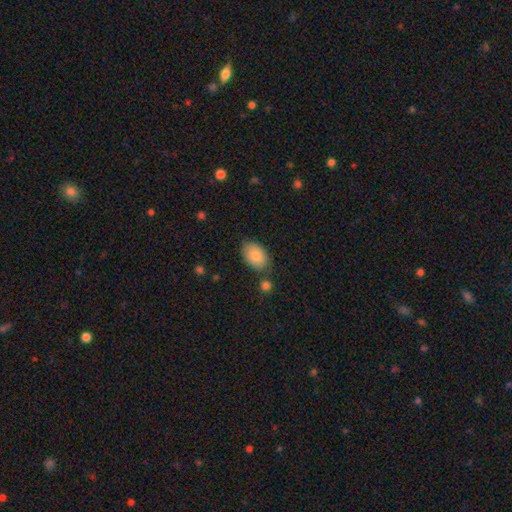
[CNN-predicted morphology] smooth 84%, featured or disk 10%, star or artifact 7%. Down the decision tree: how rounded — in between (88%); merging — none (75%).